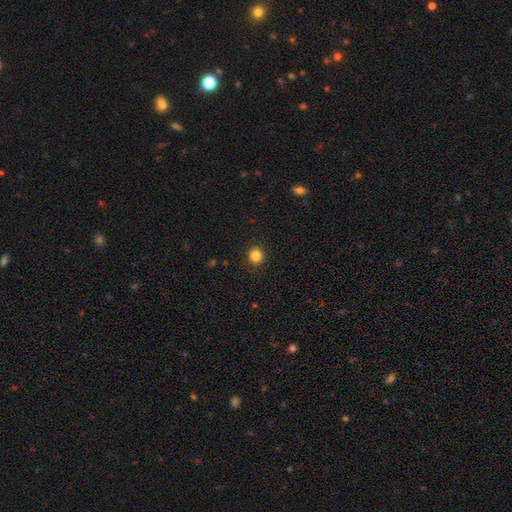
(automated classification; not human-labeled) Smooth or featured? smooth (85%)
How rounded? round (89%)
Merging? none (91%)